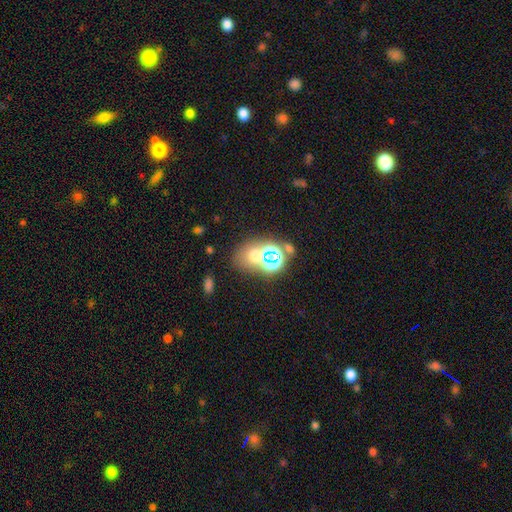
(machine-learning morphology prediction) smooth 53%, star or artifact 34%, featured or disk 13%. Down the decision tree: how rounded — round (58%); merging — none (56%).